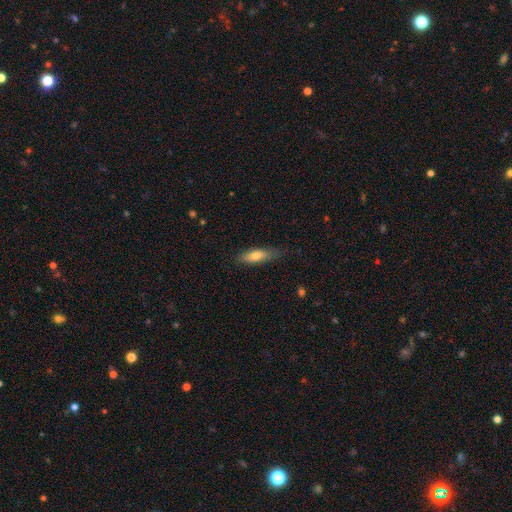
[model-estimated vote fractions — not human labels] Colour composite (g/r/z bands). It shows a smooth galaxy with no disk features (70%) that is cigar-shaped (55%). Merging: none (75%).